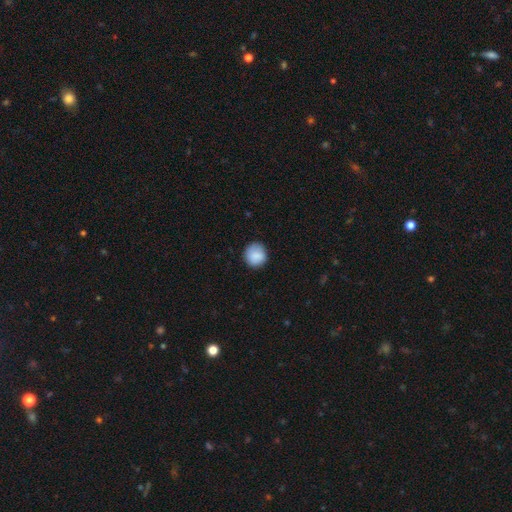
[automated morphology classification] The model was most divided on "merging": none: 83%, minor disturbance: 13%, major disturbance: 3%, merger: 1%. More confident: how rounded — round (89%); smooth or featured — smooth (86%).